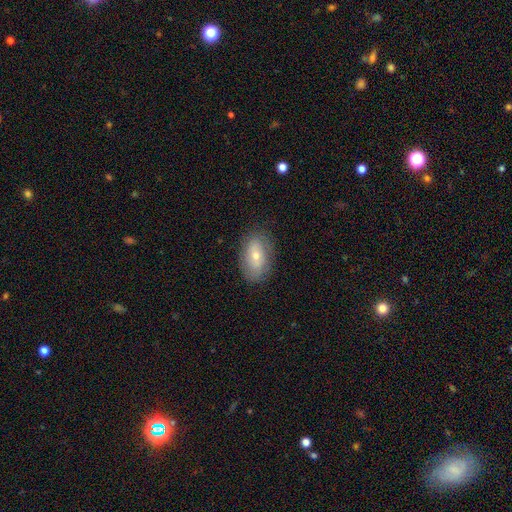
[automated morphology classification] This is possibly a smooth galaxy (58%). How rounded: clearly in between (88%). Merging: clearly none (81%).